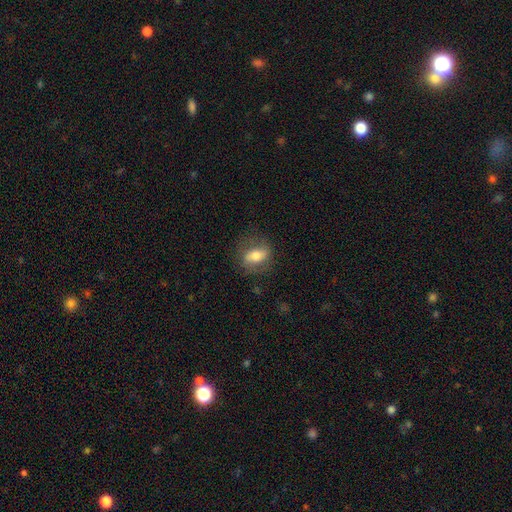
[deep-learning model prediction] Overall: smooth (57%; featured or disk 35%). How rounded: in between (73%). Merging: none (75%).